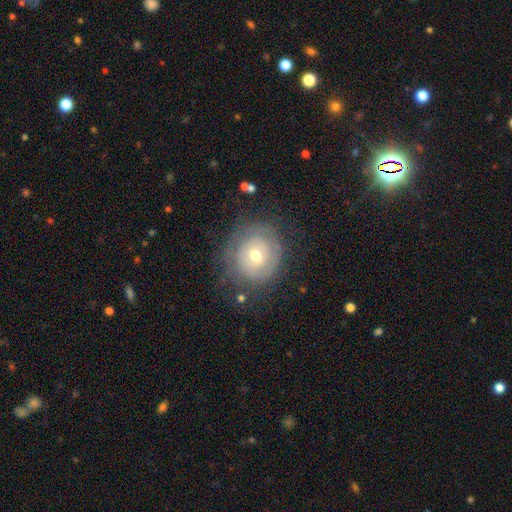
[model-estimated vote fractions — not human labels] A featured or disk galaxy (46%).

Vote fractions:
- Smooth or featured? featured or disk: 46% / smooth: 45% / star or artifact: 9%
- Merging? none: 69% / minor disturbance: 20% / major disturbance: 10% / merger: 2%